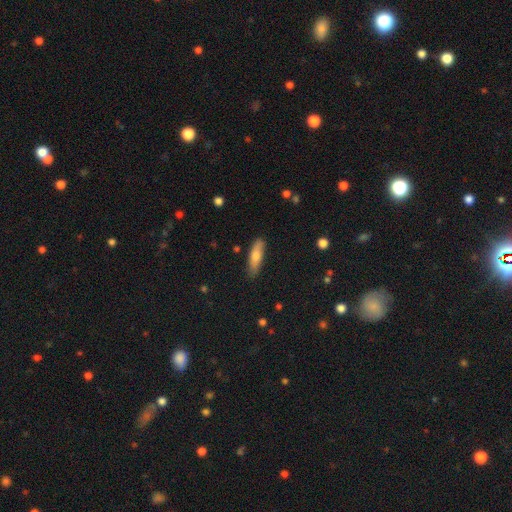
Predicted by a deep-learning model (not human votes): The model was most divided on "how rounded": cigar-shaped: 65%, in between: 33%, round: 2%. More confident: merging — none (85%); smooth or featured — smooth (70%).